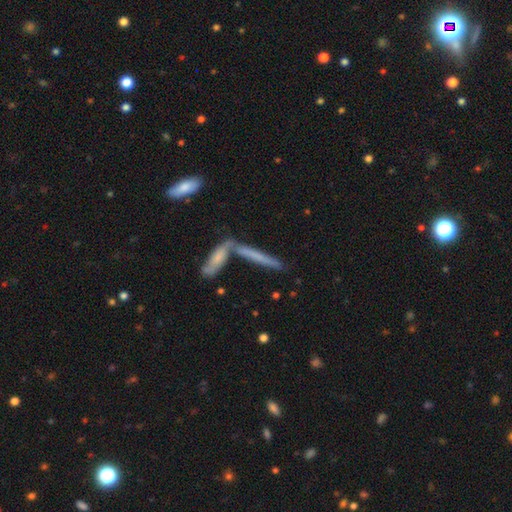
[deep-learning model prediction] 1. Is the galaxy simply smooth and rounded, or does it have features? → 50% smooth, 41% featured or disk, 9% star or artifact.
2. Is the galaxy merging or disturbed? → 48% none, 37% merger, 10% minor disturbance, 4% major disturbance.